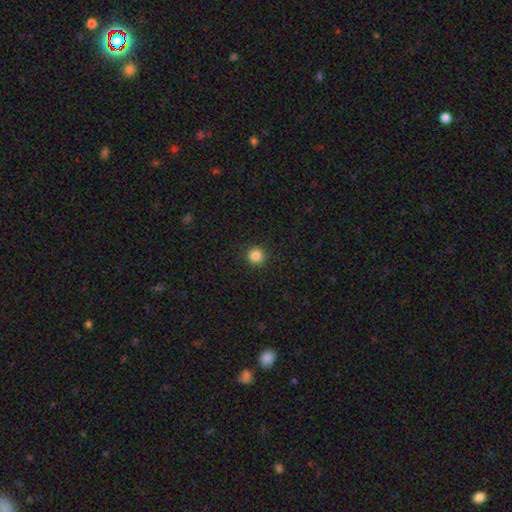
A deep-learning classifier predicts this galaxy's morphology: smooth_or_featured: smooth (p=0.85) [alt: star or artifact p=0.11]
how_rounded: round (p=0.95) [alt: in between p=0.04]
merging: none (p=0.93) [alt: minor disturbance p=0.05]